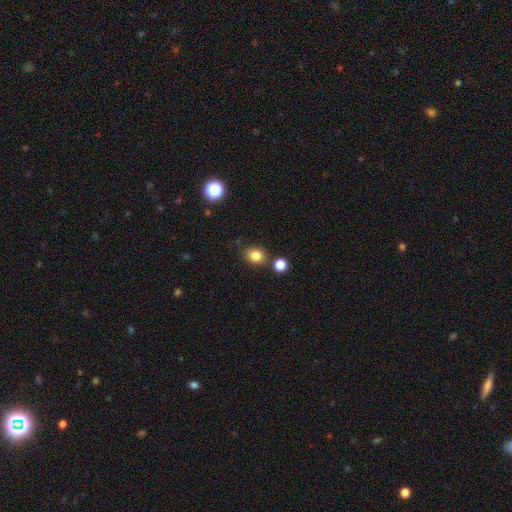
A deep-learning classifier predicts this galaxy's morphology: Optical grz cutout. It shows a smooth galaxy with no disk features (83%) that is round (60%). Merging: none (78%).